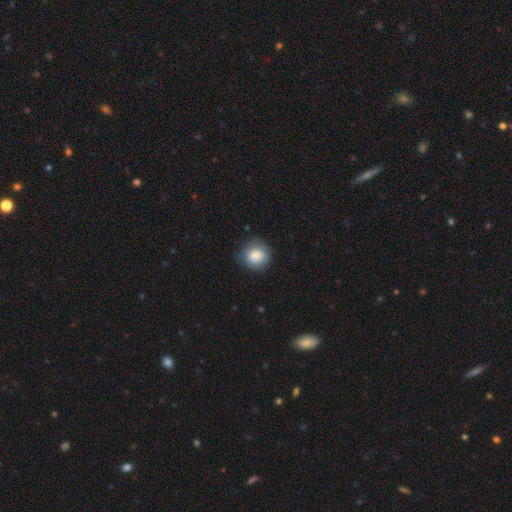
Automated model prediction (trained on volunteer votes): smooth 80%, featured or disk 13%, star or artifact 8%. Down the decision tree: how rounded — round (89%); merging — none (78%).